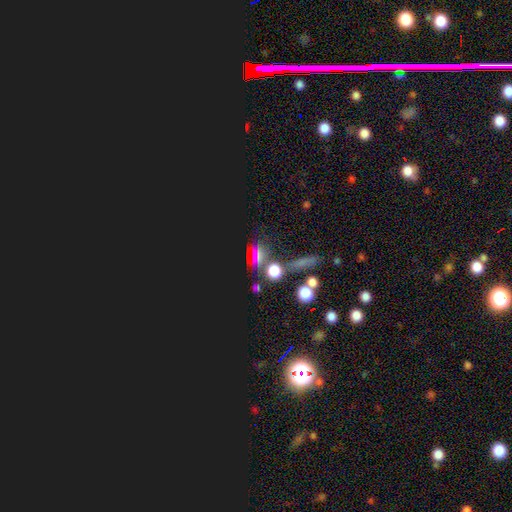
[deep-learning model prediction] A star or artifact, not a galaxy (68%).